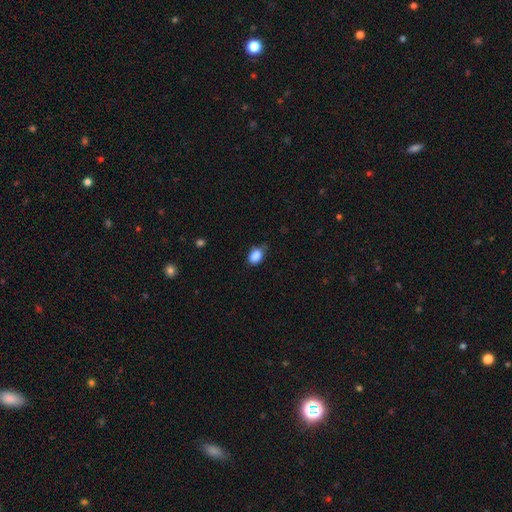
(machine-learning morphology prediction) Smooth or featured? Predicted: smooth (p=0.88). How rounded? Predicted: in between (p=0.75). Merging? Predicted: none (p=0.61).